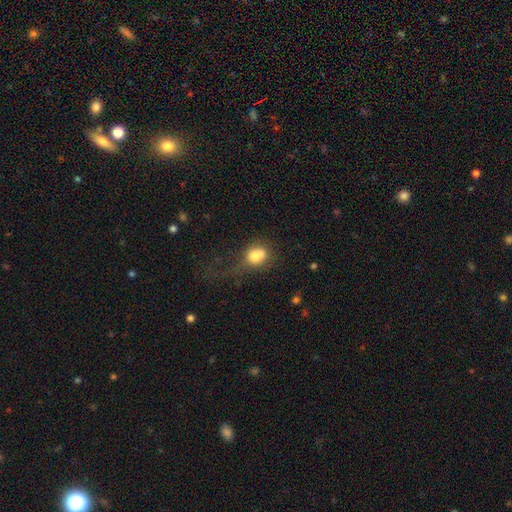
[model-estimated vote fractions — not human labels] This is likely a smooth galaxy (71%). How rounded: possibly in between (50%). Merging: marginally merger (29%).